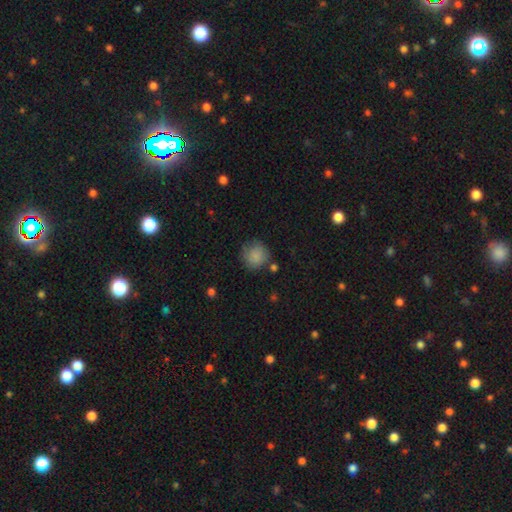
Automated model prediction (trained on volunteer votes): The model was most divided on "merging": none: 70%, minor disturbance: 20%, major disturbance: 6%, merger: 4%. More confident: how rounded — round (89%); smooth or featured — smooth (84%).